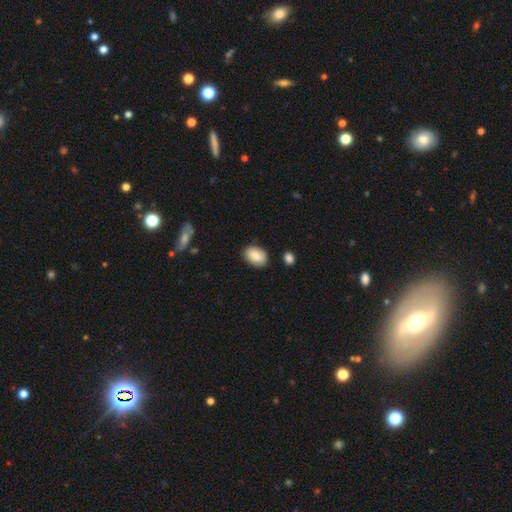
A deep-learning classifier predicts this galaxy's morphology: Smooth or featured? Predicted: smooth (p=0.84). How rounded? Predicted: in between (p=0.83). Merging? Predicted: none (p=0.84).